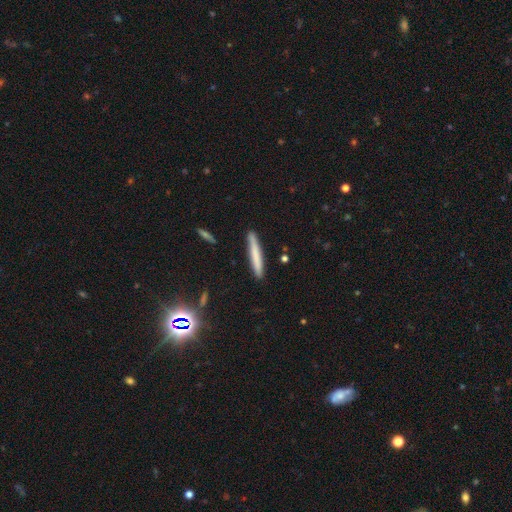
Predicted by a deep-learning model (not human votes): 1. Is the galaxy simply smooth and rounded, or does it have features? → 69% smooth, 23% featured or disk, 8% star or artifact.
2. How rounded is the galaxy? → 96% cigar-shaped, 3% in between, 1% round.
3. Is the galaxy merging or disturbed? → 88% none, 9% minor disturbance, 2% merger, 2% major disturbance.